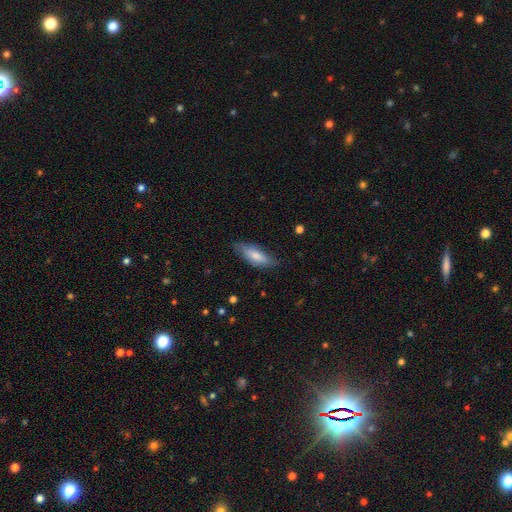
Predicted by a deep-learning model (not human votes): Smooth or featured? Predicted: smooth (p=0.75). How rounded? Predicted: in between (p=0.66). Merging? Predicted: none (p=0.75).